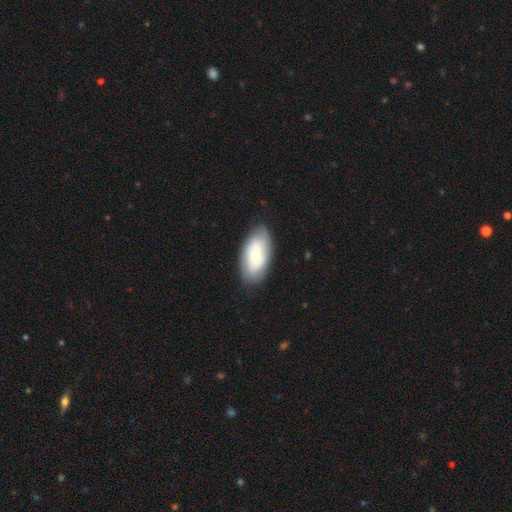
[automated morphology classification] Smooth or featured?
  - smooth: 49% *
  - featured or disk: 45%
  - star or artifact: 6%
Merging?
  - none: 80% *
  - minor disturbance: 15%
  - major disturbance: 4%
  - merger: 1%